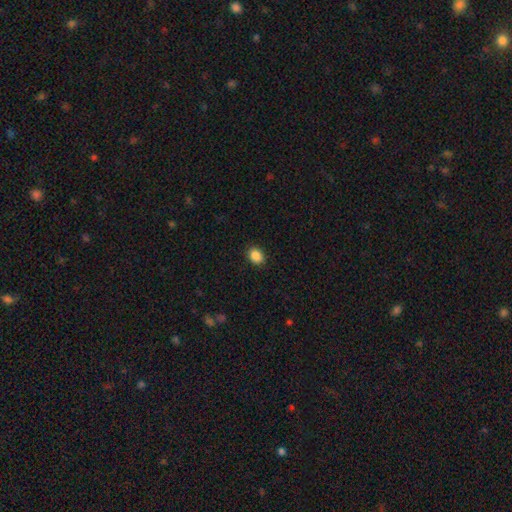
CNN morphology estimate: This is clearly a smooth galaxy (88%). How rounded: possibly in between (54%). Merging: clearly none (90%).